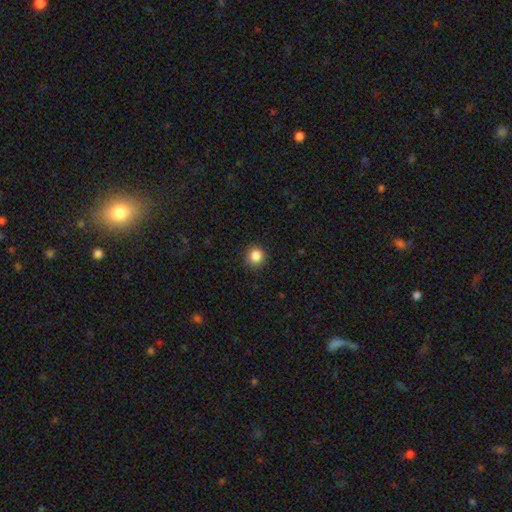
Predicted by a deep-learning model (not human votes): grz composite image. It shows a smooth galaxy with no disk features (85%) that is round (92%). Merging: none (90%).